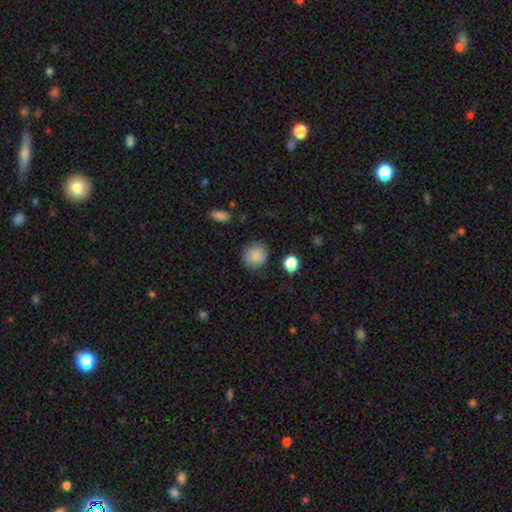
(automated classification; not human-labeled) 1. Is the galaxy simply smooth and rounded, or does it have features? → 87% smooth, 8% star or artifact, 4% featured or disk.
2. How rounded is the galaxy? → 86% round, 13% in between, 1% cigar-shaped.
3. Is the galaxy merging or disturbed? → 85% none, 10% minor disturbance, 3% major disturbance, 2% merger.